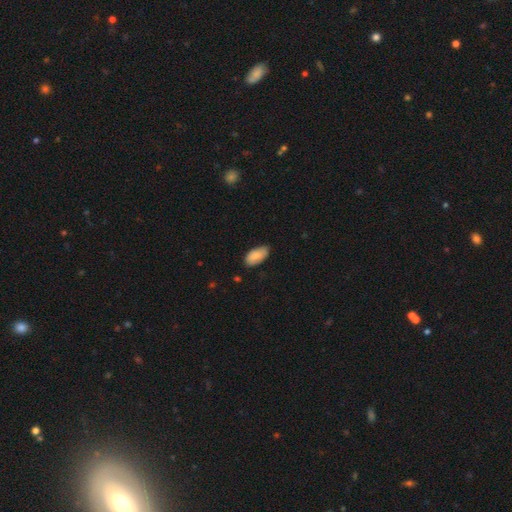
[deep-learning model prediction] smooth-or-featured: smooth: 85% | featured or disk: 9% | star or artifact: 6%
  how-rounded: in between: 94% | cigar-shaped: 4% | round: 2%
  merging: none: 76% | minor disturbance: 20% | major disturbance: 3% | merger: 1%